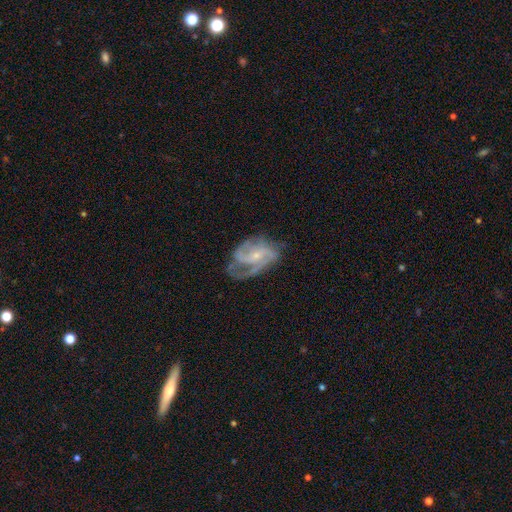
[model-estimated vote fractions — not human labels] Smooth or featured?
  - featured or disk: 85% *
  - smooth: 9%
  - star or artifact: 6%
Edge-on disk?
  - no: 97% *
  - yes: 3%
Bar?
  - no: 48% *
  - weak: 40%
  - strong: 12%
Spiral arms?
  - yes: 95% *
  - no: 5%
Spiral winding?
  - medium: 50% *
  - tight: 29%
  - loose: 20%
Spiral arm count?
  - 2: 47% *
  - 3: 25%
  - can't tell: 14%
  - 1: 6%
  - 4: 4%
  - more than 4: 3%
Bulge size?
  - small: 70% *
  - moderate: 25%
  - none: 4%
  - large: 1%
  - dominant: 1%
Merging?
  - none: 54% *
  - minor disturbance: 25%
  - major disturbance: 19%
  - merger: 2%